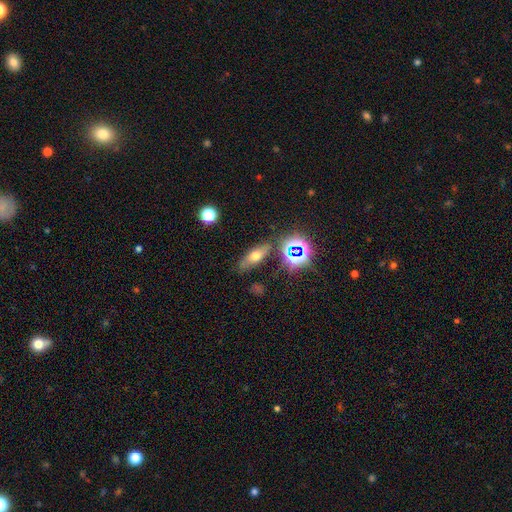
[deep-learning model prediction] This appears to be a smooth galaxy with no disk features (52%) that is in between round and cigar-shaped (58%). Merging: none (80%).